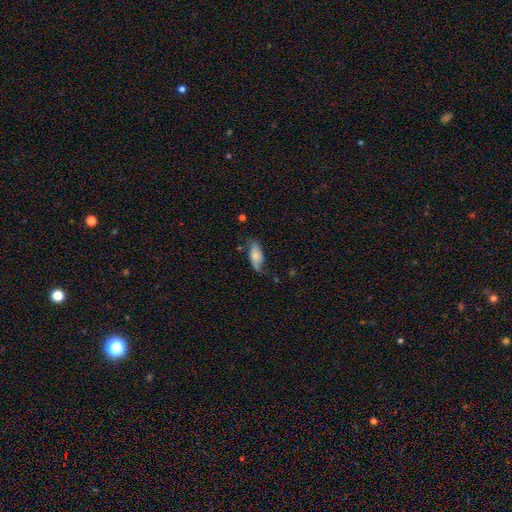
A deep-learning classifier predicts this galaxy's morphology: This appears to be a smooth galaxy with no disk features (66%) that is in between round and cigar-shaped (82%). Merging: none (58%).